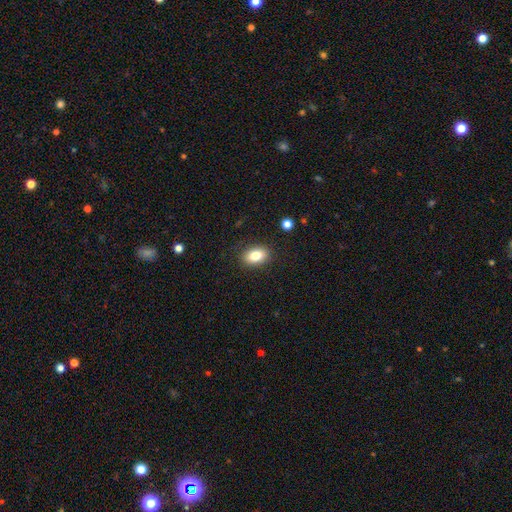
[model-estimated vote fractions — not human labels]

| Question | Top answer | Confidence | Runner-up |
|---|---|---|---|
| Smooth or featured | smooth | 81% | featured or disk (10%) |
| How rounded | in between | 85% | round (13%) |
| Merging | none | 87% | minor disturbance (9%) |